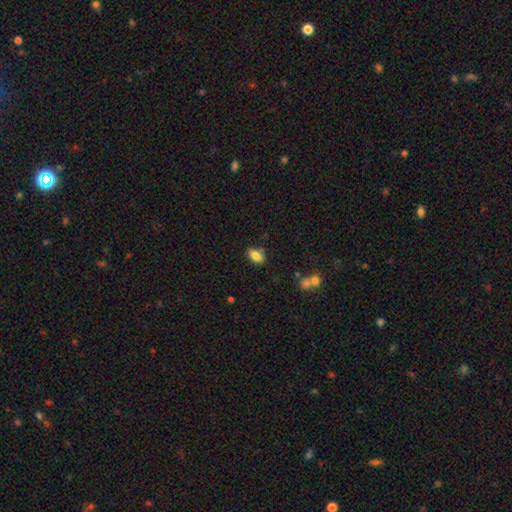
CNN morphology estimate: Smooth or featured? Predicted: smooth (p=0.84). How rounded? Predicted: in between (p=0.89). Merging? Predicted: none (p=0.78).